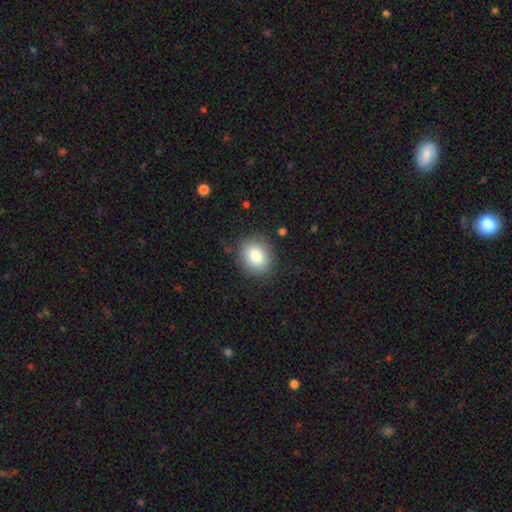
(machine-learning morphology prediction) Overall: smooth (84%). How rounded: round (56%; in between 43%). Merging: none (86%).